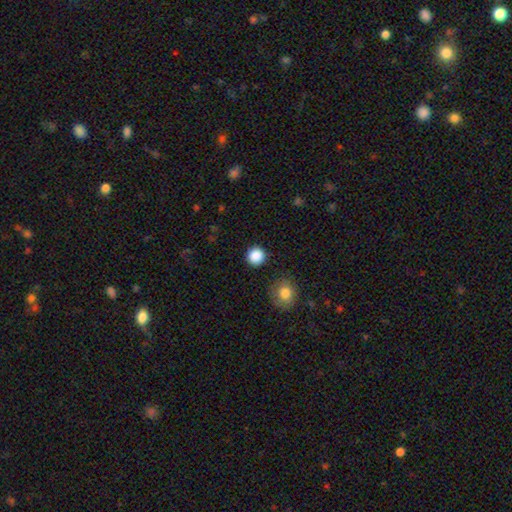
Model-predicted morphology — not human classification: Smooth or featured: smooth — 87% (star or artifact — 10%)
How rounded: round — 94% (in between — 5%)
Merging: none — 89% (minor disturbance — 6%)